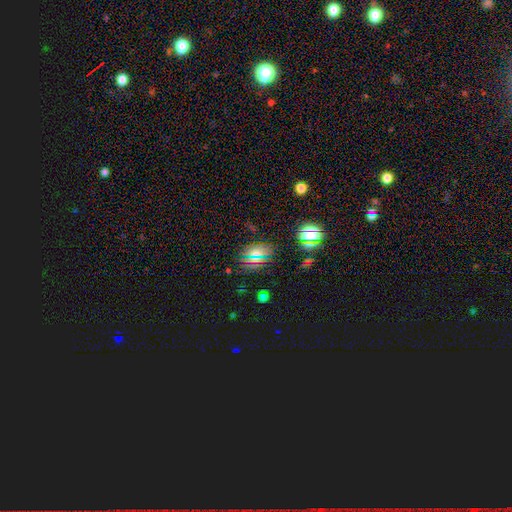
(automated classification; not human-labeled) The model was most divided on "smooth or featured": smooth: 49%, star or artifact: 40%, featured or disk: 11%. More confident: merging — none (79%).